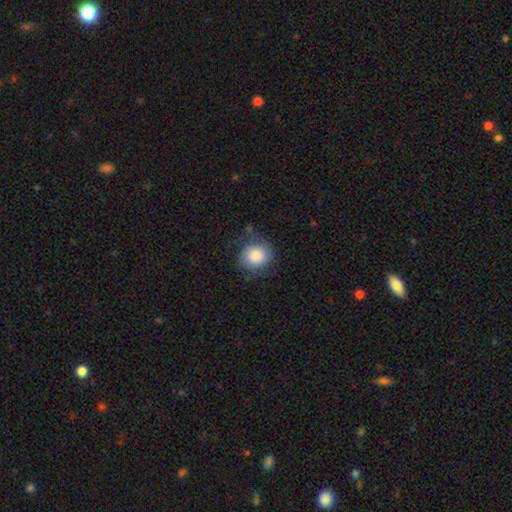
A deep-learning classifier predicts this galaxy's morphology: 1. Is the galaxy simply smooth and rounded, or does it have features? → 70% smooth, 23% featured or disk, 8% star or artifact.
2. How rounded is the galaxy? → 80% round, 19% in between, 1% cigar-shaped.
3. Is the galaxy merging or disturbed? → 65% none, 23% minor disturbance, 11% major disturbance, 2% merger.